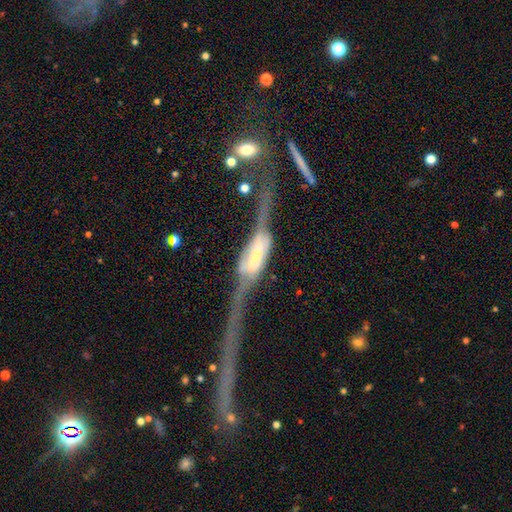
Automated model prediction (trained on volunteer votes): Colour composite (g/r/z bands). It shows a featured or disk galaxy (78%) viewed edge-on (61%). Merging: major disturbance (53%).